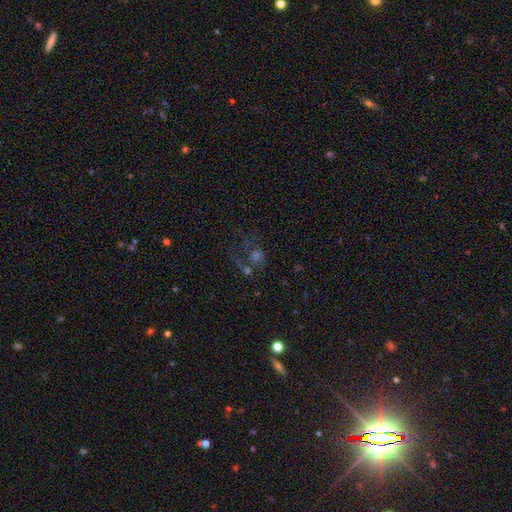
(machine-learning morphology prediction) Smooth or featured? Predicted: star or artifact (p=0.37).